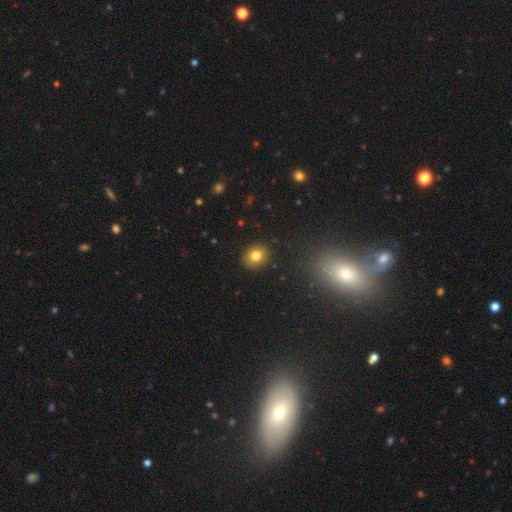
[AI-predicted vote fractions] Overall: smooth (80%). How rounded: round (70%). Merging: none (90%).